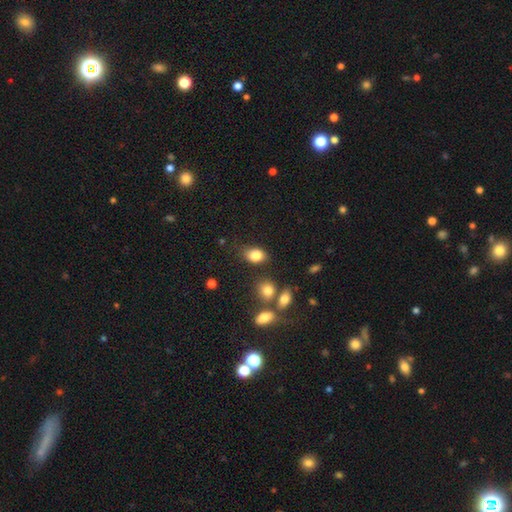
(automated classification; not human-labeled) Smooth or featured?
  - smooth: 83% *
  - star or artifact: 9%
  - featured or disk: 7%
How rounded?
  - in between: 78% *
  - round: 21%
  - cigar-shaped: 2%
Merging?
  - none: 72% *
  - minor disturbance: 16%
  - merger: 7%
  - major disturbance: 5%